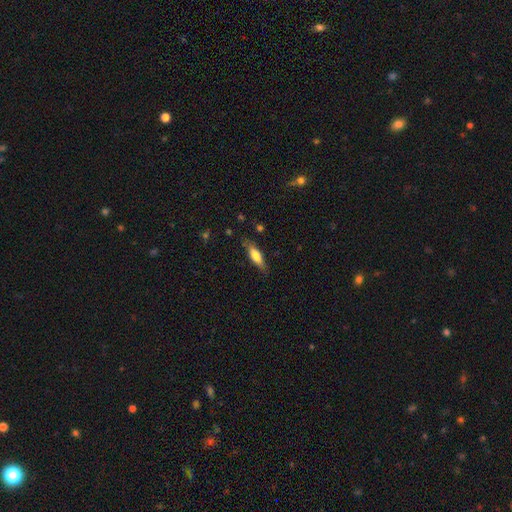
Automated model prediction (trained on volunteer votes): smooth 62%, featured or disk 32%, star or artifact 6%. Down the decision tree: how rounded — cigar-shaped (57%); merging — none (81%).